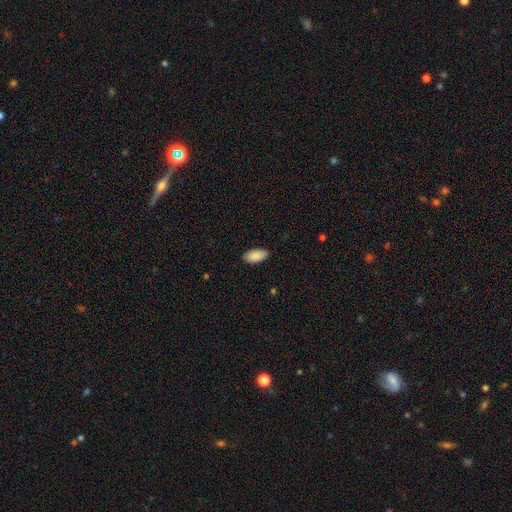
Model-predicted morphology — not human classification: Smooth or featured?
  - smooth: 90% *
  - star or artifact: 6%
  - featured or disk: 4%
How rounded?
  - in between: 94% *
  - cigar-shaped: 4%
  - round: 2%
Merging?
  - none: 88% *
  - minor disturbance: 9%
  - major disturbance: 2%
  - merger: 1%